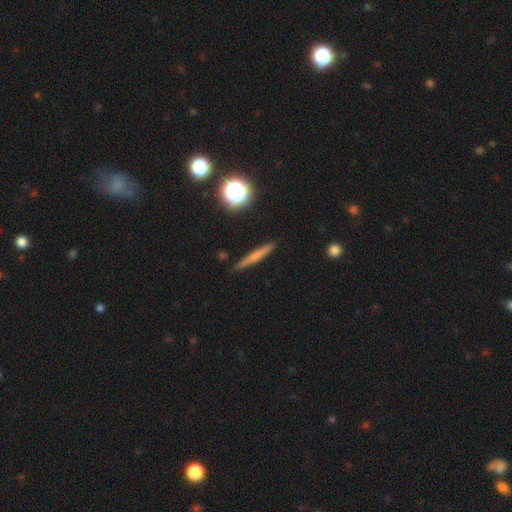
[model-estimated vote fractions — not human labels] smooth-or-featured: smooth: 50% | featured or disk: 40% | star or artifact: 11%
  merging: none: 90% | minor disturbance: 7% | major disturbance: 2% | merger: 1%